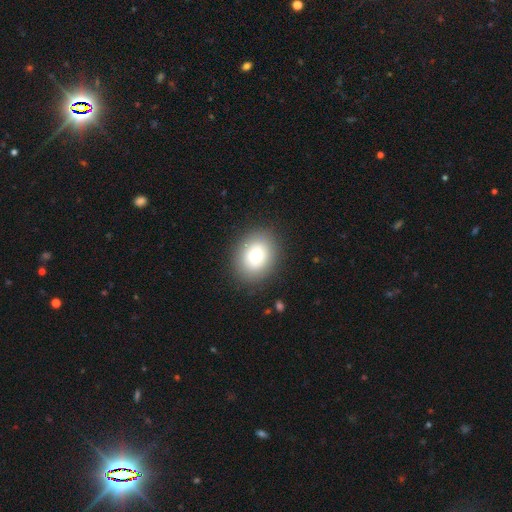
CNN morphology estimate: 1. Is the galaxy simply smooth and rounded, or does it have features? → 72% smooth, 18% featured or disk, 10% star or artifact.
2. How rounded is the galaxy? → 53% round, 46% in between, 1% cigar-shaped.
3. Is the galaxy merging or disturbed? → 86% none, 9% minor disturbance, 4% major disturbance, 1% merger.